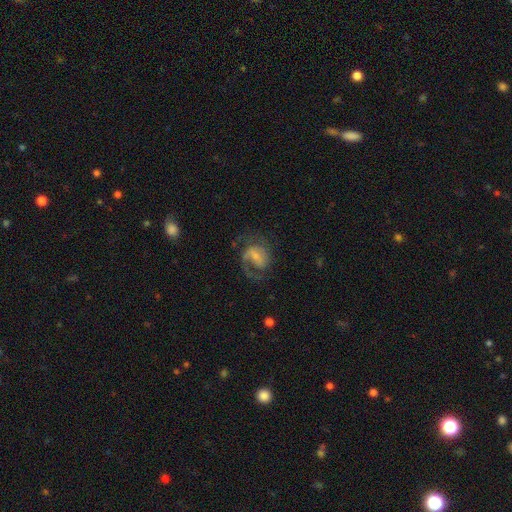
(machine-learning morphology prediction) A featured or disk galaxy (77%) with a weak bar (51%), 2 (54%) medium (51%) spiral arms (92%) and a small central bulge (47%). Merging: none (55%).